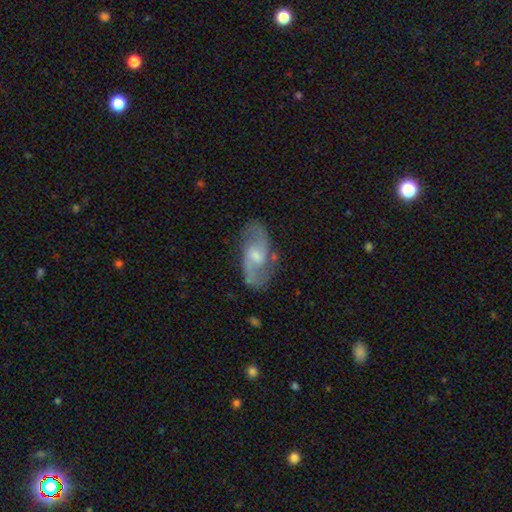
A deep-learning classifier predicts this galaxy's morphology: smooth-or-featured: featured or disk: 81% | smooth: 13% | star or artifact: 6%
  disk-edge-on: no: 95% | yes: 5%
    bar: weak: 51% | no: 39% | strong: 10%
    has-spiral-arms: yes: 94% | no: 6%
      spiral-winding: medium: 50% | loose: 35% | tight: 15%
      spiral-arm-count: 2: 90% | can't tell: 5% | 1: 2% | 3: 1% | 4: 1% | more than 4: 1%
    bulge-size: small: 47% | moderate: 43% | none: 5% | large: 4% | dominant: 1%
  merging: none: 80% | minor disturbance: 14% | major disturbance: 5% | merger: 2%